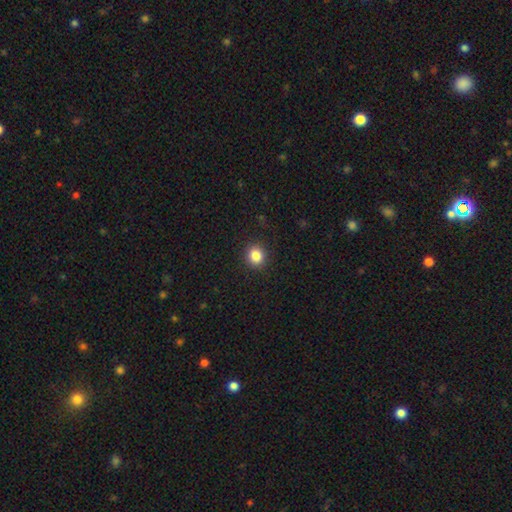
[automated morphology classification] Smooth or featured?
  - smooth: 85% *
  - star or artifact: 11%
  - featured or disk: 4%
How rounded?
  - round: 86% *
  - in between: 13%
  - cigar-shaped: 1%
Merging?
  - none: 91% *
  - minor disturbance: 6%
  - major disturbance: 2%
  - merger: 1%